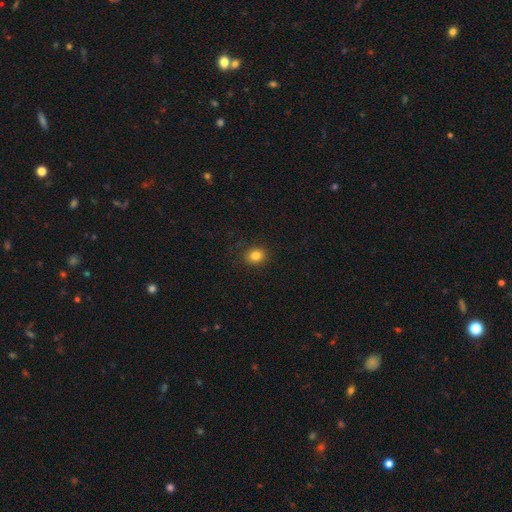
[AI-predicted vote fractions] Smooth or featured? smooth (83%)
How rounded? round (66%)
Merging? none (87%)